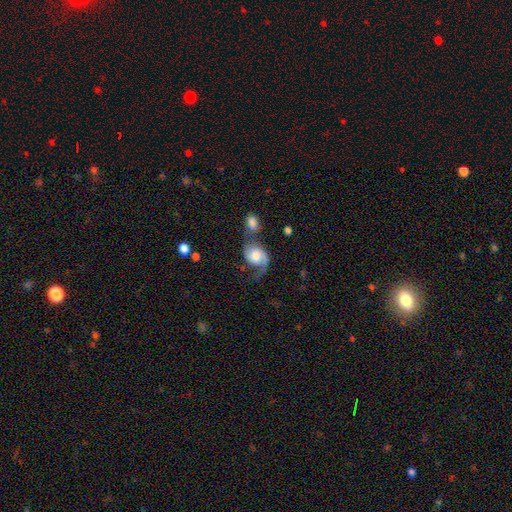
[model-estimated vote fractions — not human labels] Smooth or featured? featured or disk (65%)
Edge-on disk? no (97%)
Bar? no (69%)
Spiral arms? yes (92%)
Spiral winding? loose (49%)
Spiral arm count? 2 (58%)
Bulge size? moderate (36%, tied with large)
Merging? merger (31%)